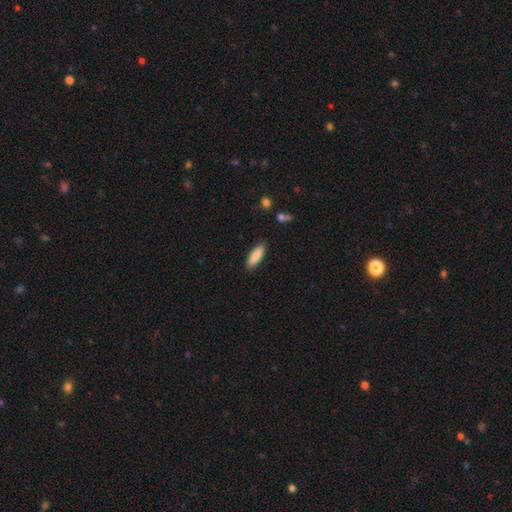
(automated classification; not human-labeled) A smooth galaxy with no disk features (88%) that is in between round and cigar-shaped (65%). Merging: none (88%).